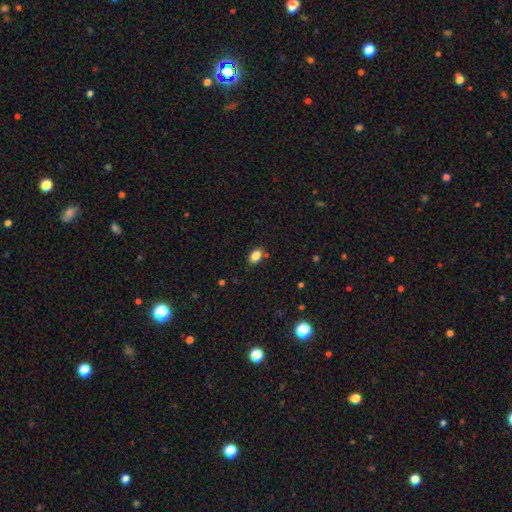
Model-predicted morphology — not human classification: Smooth or featured: smooth — 85% (star or artifact — 10%)
How rounded: in between — 83% (round — 15%)
Merging: none — 82% (minor disturbance — 11%)